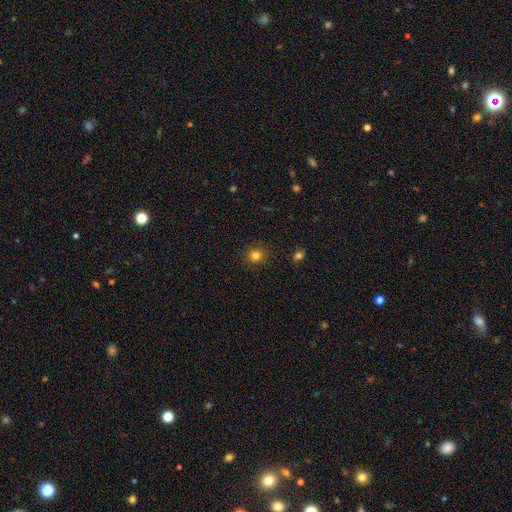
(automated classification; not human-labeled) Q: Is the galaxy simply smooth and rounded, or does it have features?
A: smooth — 81%.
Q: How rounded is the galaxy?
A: round — 91%.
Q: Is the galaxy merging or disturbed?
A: none — 91%.